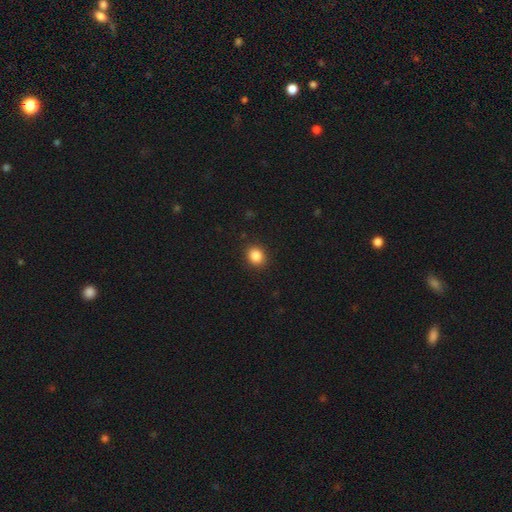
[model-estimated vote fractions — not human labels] smooth 86%, star or artifact 10%, featured or disk 4%. Down the decision tree: how rounded — round (69%); merging — none (90%).